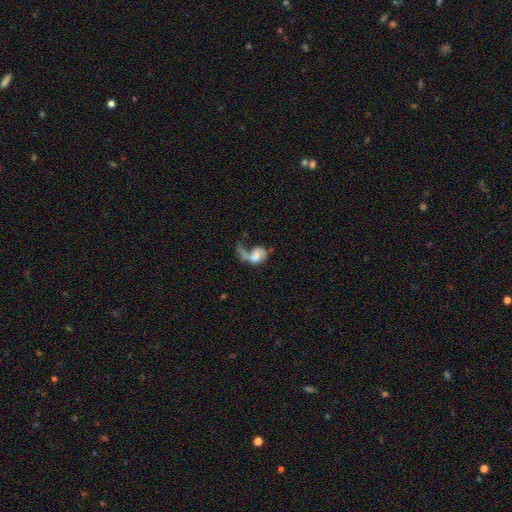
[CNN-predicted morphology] type=featured or disk (51%); edge-on=no (97%); merging=major disturbance (50%).